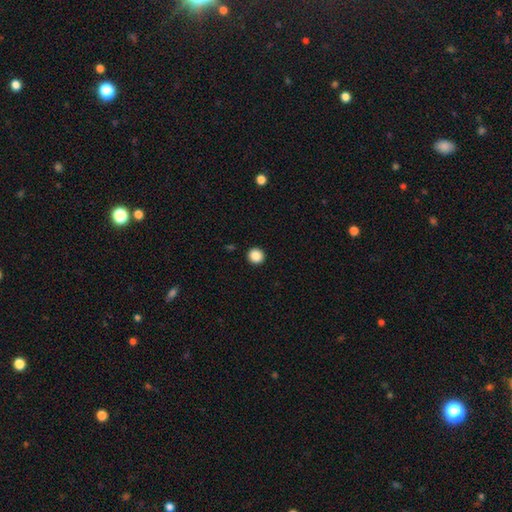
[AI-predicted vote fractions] Smooth or featured? Predicted: smooth (p=0.88). How rounded? Predicted: round (p=0.93). Merging? Predicted: none (p=0.93).